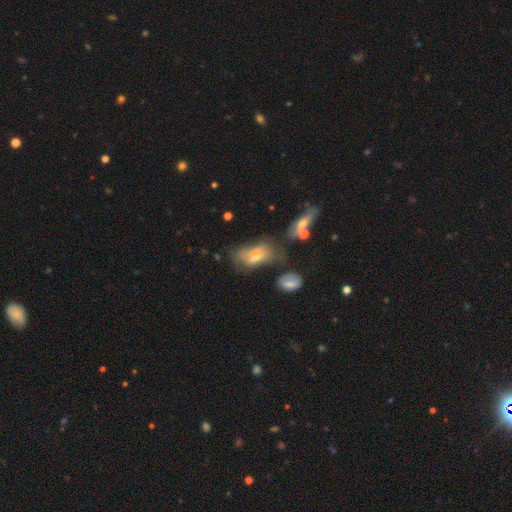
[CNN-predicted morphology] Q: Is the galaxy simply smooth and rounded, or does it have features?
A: smooth — 57%.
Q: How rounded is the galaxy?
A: in between — 87%.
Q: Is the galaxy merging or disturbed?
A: none — 36%.